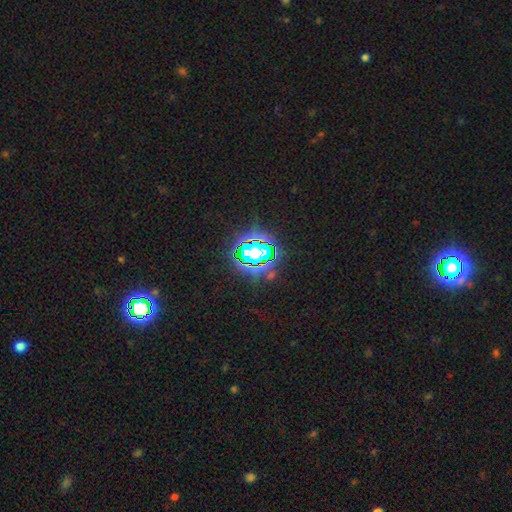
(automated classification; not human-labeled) Q: Smooth or featured?
A: star or artifact (75%); runner-up: smooth (15%)